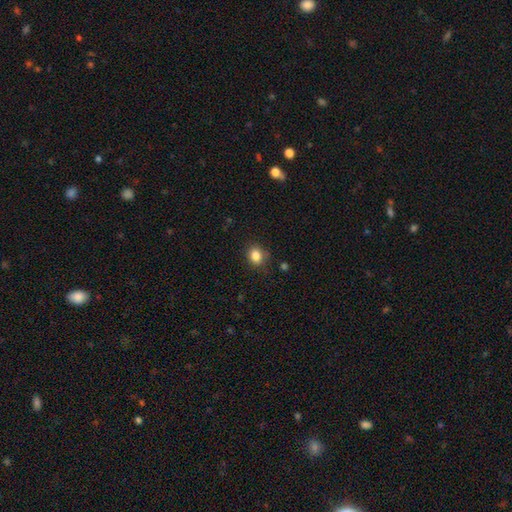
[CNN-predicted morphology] A smooth galaxy with no disk features (84%) that is round (58%).

Vote fractions:
- Smooth or featured? smooth: 84% / star or artifact: 11% / featured or disk: 5%
- How rounded? round: 58% / in between: 41% / cigar-shaped: 1%
- Merging? none: 83% / minor disturbance: 13% / major disturbance: 3% / merger: 1%